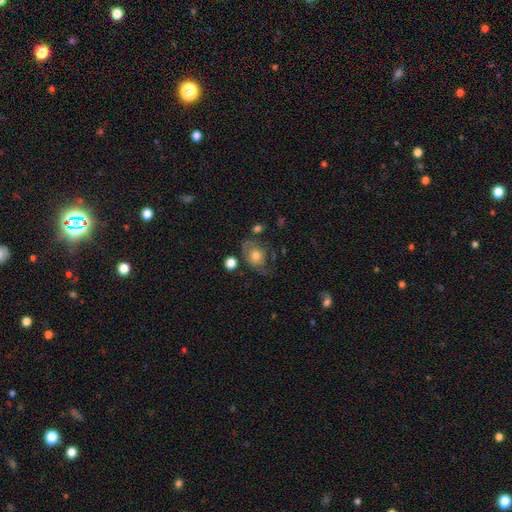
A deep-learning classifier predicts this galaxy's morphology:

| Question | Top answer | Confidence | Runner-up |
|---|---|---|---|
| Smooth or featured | smooth | 53% | featured or disk (39%) |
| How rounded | in between | 56% | round (43%) |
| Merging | none | 42% | minor disturbance (29%) |